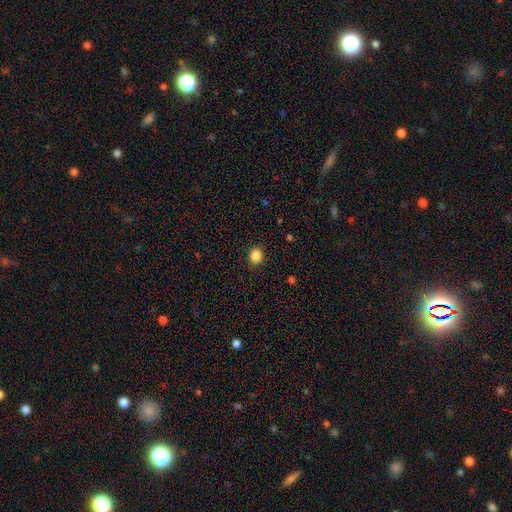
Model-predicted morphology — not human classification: A smooth galaxy with no disk features (86%) that is round (72%).

Vote fractions:
- Smooth or featured? smooth: 86% / star or artifact: 11% / featured or disk: 4%
- How rounded? round: 72% / in between: 27% / cigar-shaped: 1%
- Merging? none: 89% / minor disturbance: 8% / major disturbance: 2% / merger: 1%